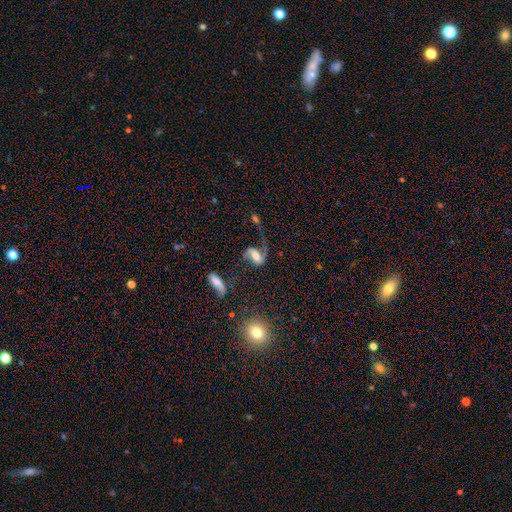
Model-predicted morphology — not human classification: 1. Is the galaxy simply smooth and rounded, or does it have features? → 76% featured or disk, 16% smooth, 8% star or artifact.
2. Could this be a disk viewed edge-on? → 96% no, 4% yes.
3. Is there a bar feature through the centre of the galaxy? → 42% weak, 30% strong, 28% no.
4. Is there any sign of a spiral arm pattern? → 91% yes, 9% no.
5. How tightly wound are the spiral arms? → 67% loose, 27% medium, 7% tight.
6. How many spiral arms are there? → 79% 2, 16% 1, 3% can't tell, 1% 3, 1% 4, 1% more than 4.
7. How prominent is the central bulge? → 47% moderate, 23% large, 19% small, 8% none, 3% dominant.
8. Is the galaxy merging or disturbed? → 40% none, 31% major disturbance, 16% minor disturbance, 13% merger.